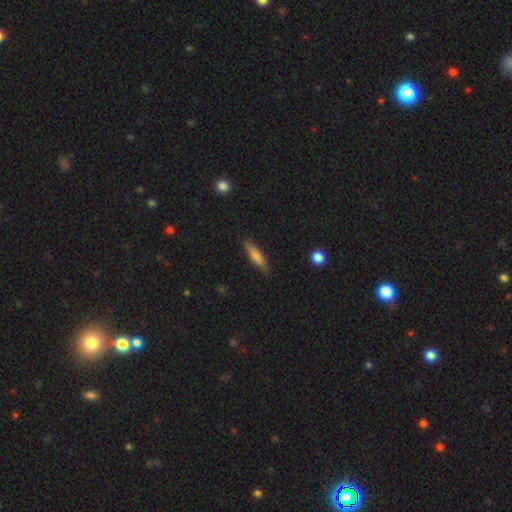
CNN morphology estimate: type=smooth (71%); roundness=cigar-shaped (75%); merging=none (84%).